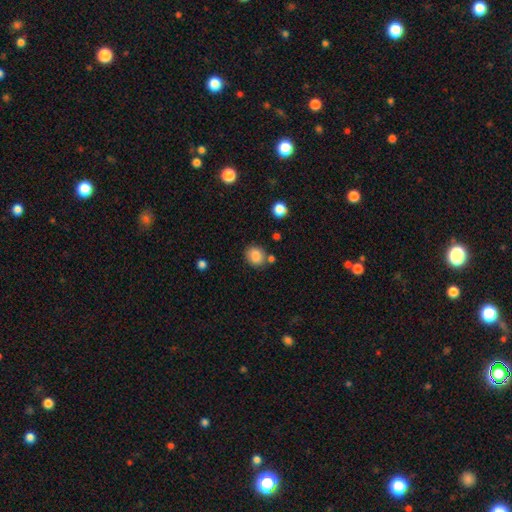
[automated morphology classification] Smooth or featured? Predicted: smooth (p=0.84). How rounded? Predicted: round (p=0.74). Merging? Predicted: none (p=0.77).